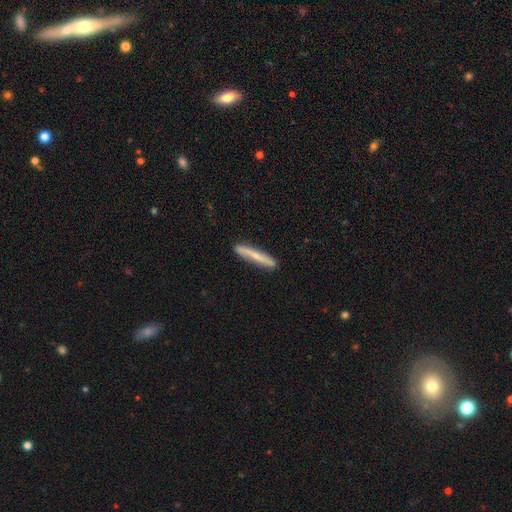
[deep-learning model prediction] smooth 57%, featured or disk 37%, star or artifact 6%. Down the decision tree: how rounded — cigar-shaped (95%); merging — none (88%).